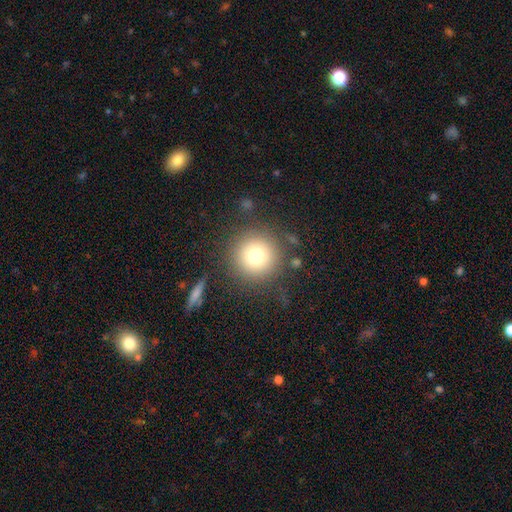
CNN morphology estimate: Smooth or featured? smooth (75%)
How rounded? round (95%)
Merging? none (84%)